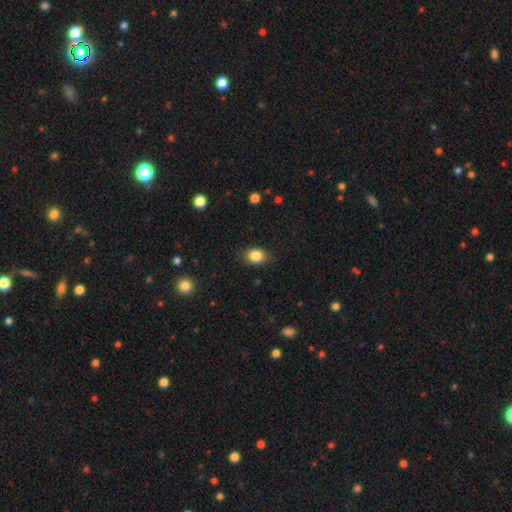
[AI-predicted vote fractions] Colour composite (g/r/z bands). It shows a smooth galaxy with no disk features (85%) that is in between round and cigar-shaped (57%). Merging: none (81%).